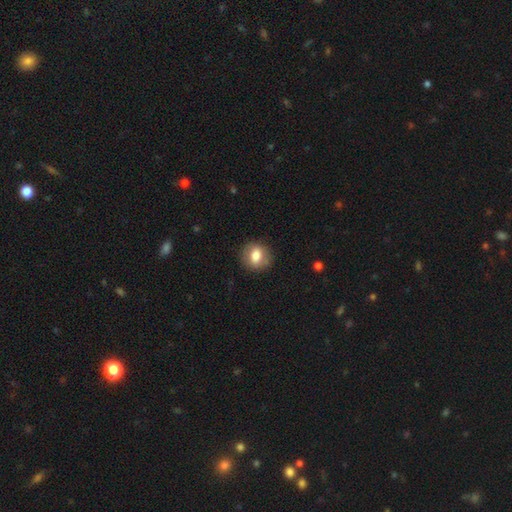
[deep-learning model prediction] Morphology: type=smooth (72%); roundness=round (70%); merging=none (84%).